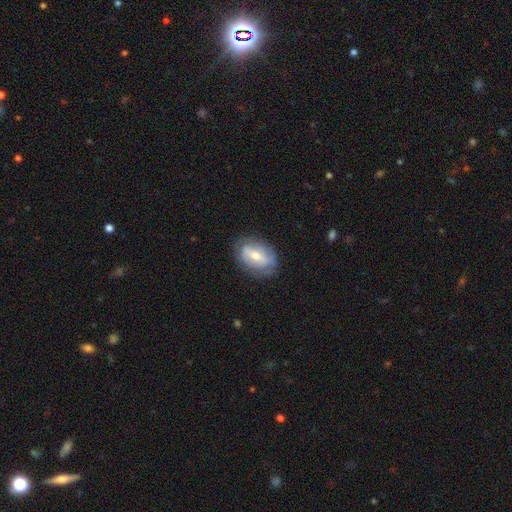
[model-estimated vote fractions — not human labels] Smooth or featured?
  - featured or disk: 53% *
  - smooth: 40%
  - star or artifact: 7%
Edge-on disk?
  - no: 89% *
  - yes: 11%
Merging?
  - none: 74% *
  - minor disturbance: 19%
  - major disturbance: 6%
  - merger: 1%